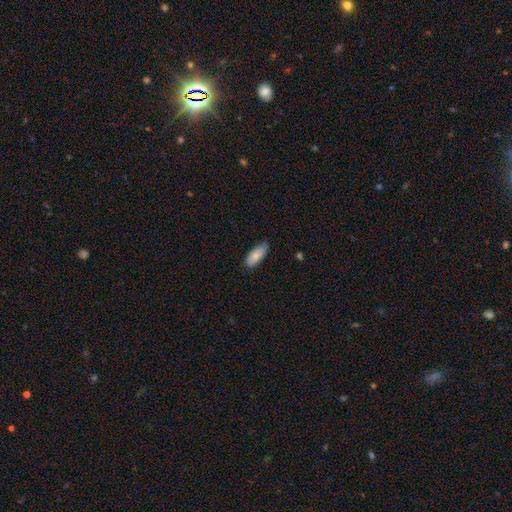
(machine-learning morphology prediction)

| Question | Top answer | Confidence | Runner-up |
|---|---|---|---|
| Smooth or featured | smooth | 85% | featured or disk (9%) |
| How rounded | in between | 79% | cigar-shaped (20%) |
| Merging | none | 80% | minor disturbance (17%) |